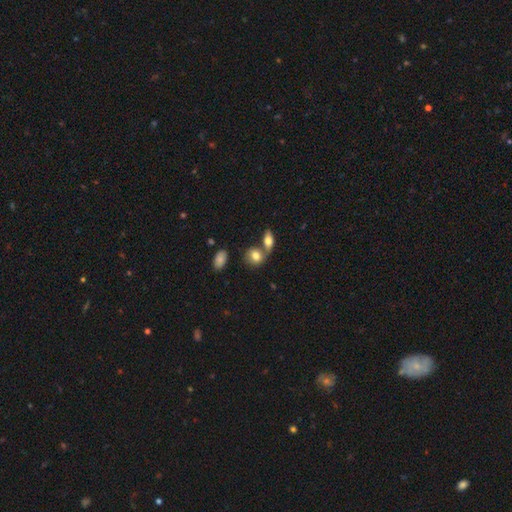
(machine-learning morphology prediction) type=smooth (77%); roundness=in between (51%); merging=none (45%).